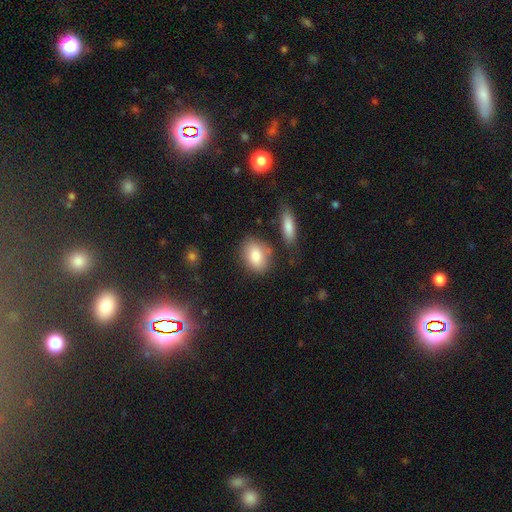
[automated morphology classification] smooth 85%, featured or disk 9%, star or artifact 7%. Down the decision tree: how rounded — in between (75%); merging — none (70%).